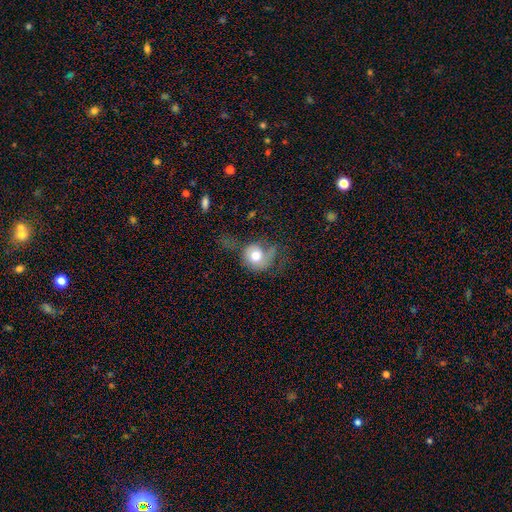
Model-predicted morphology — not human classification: The model was most divided on "merging": major disturbance: 35%, none: 34%, minor disturbance: 27%, merger: 4%. More confident: how rounded — round (77%); smooth or featured — smooth (68%).